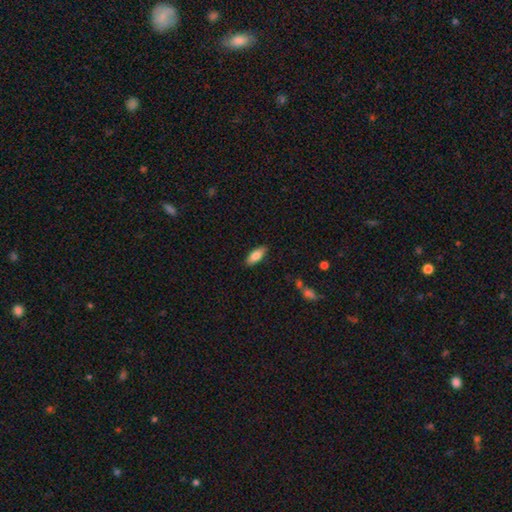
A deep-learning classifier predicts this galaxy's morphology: Smooth or featured?
  - smooth: 81% *
  - featured or disk: 13%
  - star or artifact: 7%
How rounded?
  - in between: 78% *
  - cigar-shaped: 20%
  - round: 2%
Merging?
  - none: 87% *
  - minor disturbance: 10%
  - major disturbance: 2%
  - merger: 1%